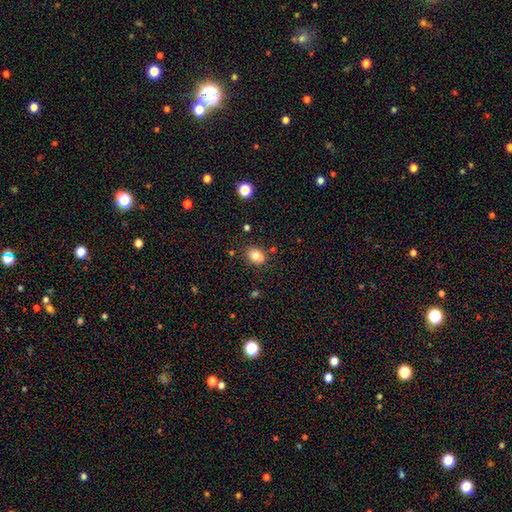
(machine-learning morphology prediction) Smooth or featured: smooth — 80% (star or artifact — 11%)
How rounded: in between — 55% (round — 44%)
Merging: none — 71% (minor disturbance — 15%)